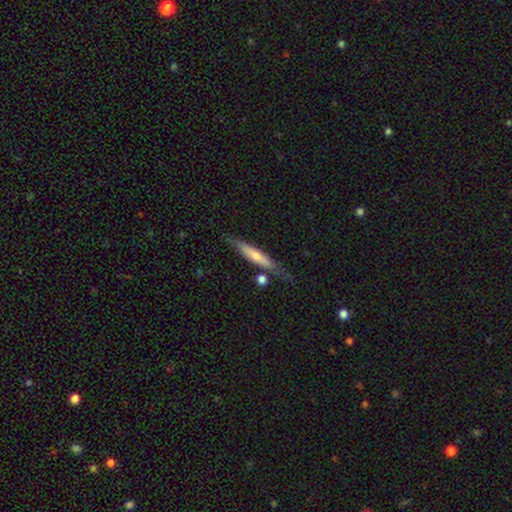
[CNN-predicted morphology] Smooth or featured?
  - smooth: 53% *
  - featured or disk: 41%
  - star or artifact: 6%
How rounded?
  - cigar-shaped: 89% *
  - in between: 9%
  - round: 2%
Merging?
  - none: 69% *
  - minor disturbance: 18%
  - merger: 7%
  - major disturbance: 5%